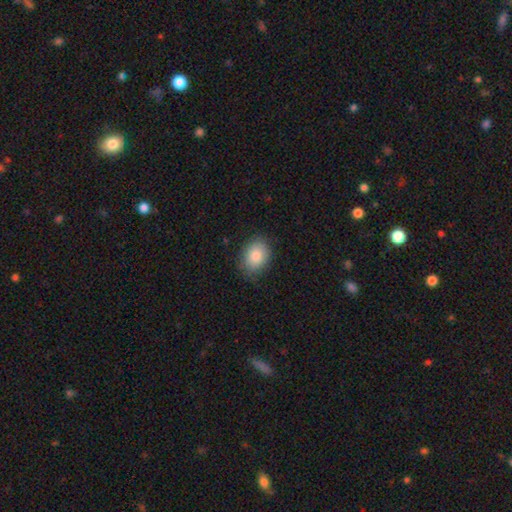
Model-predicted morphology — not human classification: smooth 85%, star or artifact 8%, featured or disk 7%. Down the decision tree: how rounded — in between (64%); merging — none (81%).